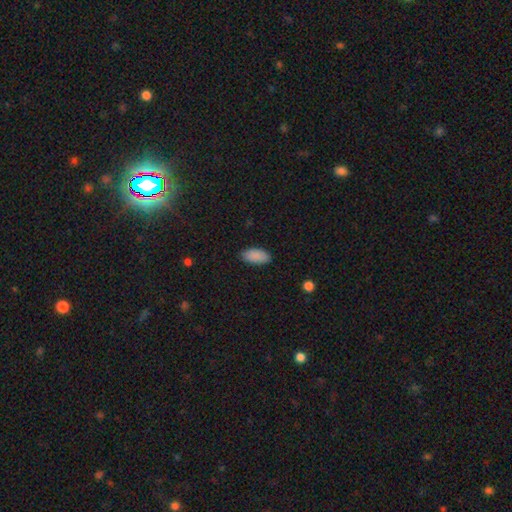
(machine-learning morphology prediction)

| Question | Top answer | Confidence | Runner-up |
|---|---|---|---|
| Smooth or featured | smooth | 89% | star or artifact (7%) |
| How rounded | in between | 92% | cigar-shaped (6%) |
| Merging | none | 86% | minor disturbance (11%) |